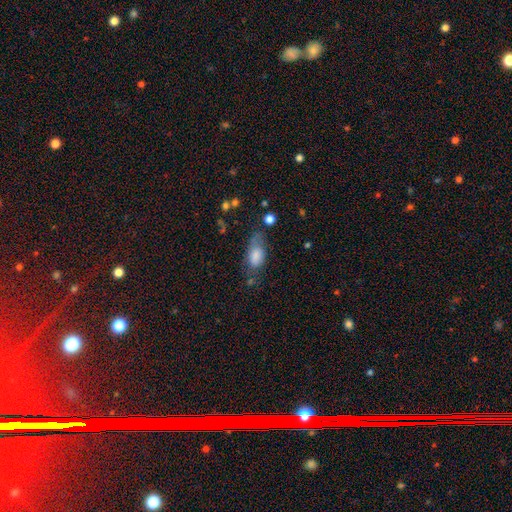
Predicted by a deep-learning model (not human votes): A smooth galaxy with no disk features (78%) that is in between round and cigar-shaped (88%).

Vote fractions:
- Smooth or featured? smooth: 78% / featured or disk: 14% / star or artifact: 8%
- How rounded? in between: 88% / round: 6% / cigar-shaped: 6%
- Merging? none: 41% / minor disturbance: 34% / major disturbance: 21% / merger: 5%